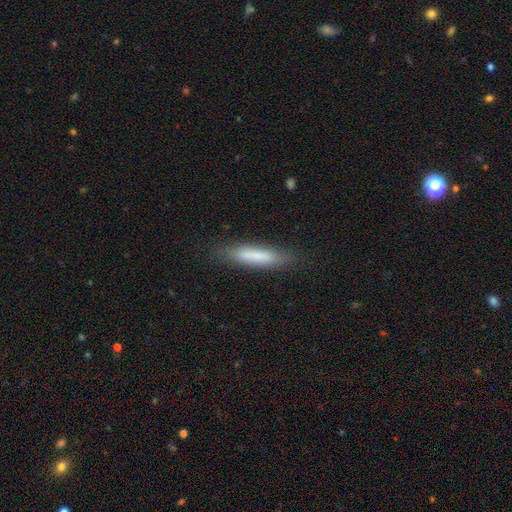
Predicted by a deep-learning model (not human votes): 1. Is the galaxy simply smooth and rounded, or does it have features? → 76% smooth, 17% featured or disk, 7% star or artifact.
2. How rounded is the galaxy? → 83% cigar-shaped, 15% in between, 1% round.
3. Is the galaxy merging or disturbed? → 84% none, 12% minor disturbance, 3% major disturbance, 1% merger.